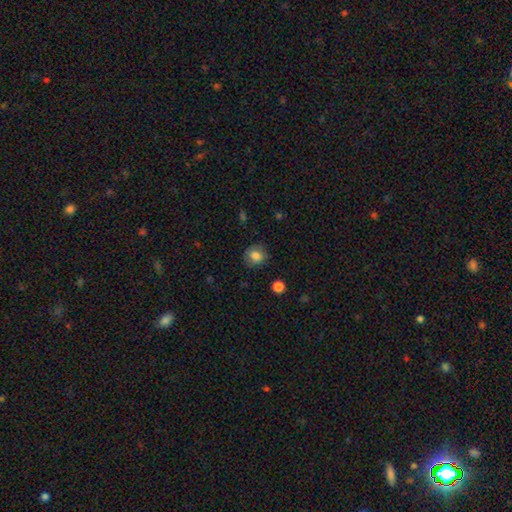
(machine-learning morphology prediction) Smooth or featured? Predicted: smooth (p=0.82). How rounded? Predicted: round (p=0.77). Merging? Predicted: none (p=0.79).